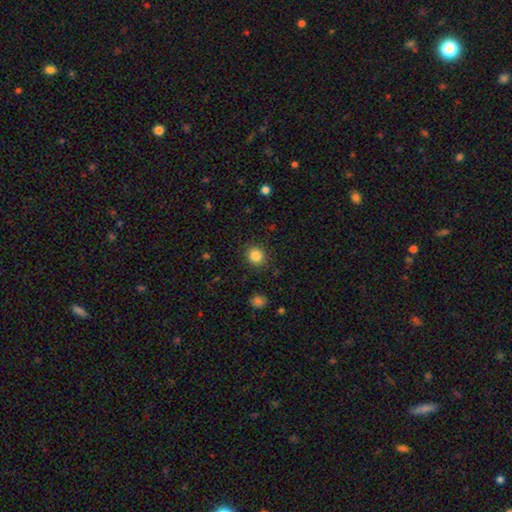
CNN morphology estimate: A smooth galaxy with no disk features (85%) that is round (84%). Merging: none (89%).